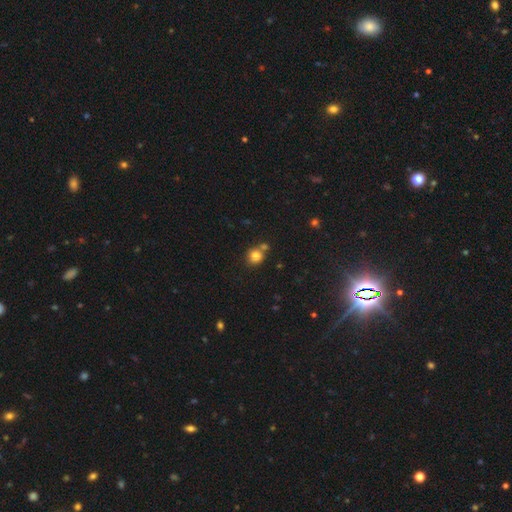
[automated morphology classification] The model was most divided on "merging": none: 61%, merger: 25%, minor disturbance: 11%, major disturbance: 4%. More confident: how rounded — round (84%); smooth or featured — smooth (82%).